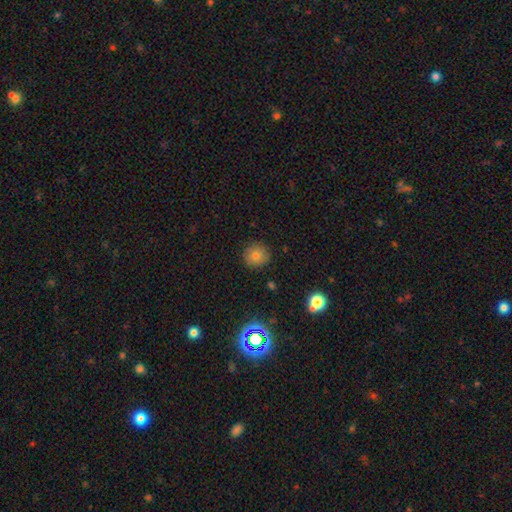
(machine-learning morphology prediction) Smooth or featured?
  - smooth: 77% *
  - star or artifact: 13%
  - featured or disk: 10%
How rounded?
  - round: 91% *
  - in between: 8%
  - cigar-shaped: 1%
Merging?
  - none: 87% *
  - minor disturbance: 9%
  - major disturbance: 2%
  - merger: 1%